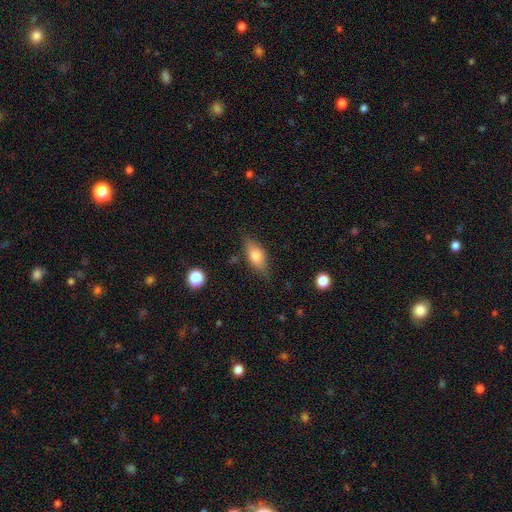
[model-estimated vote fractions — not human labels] This is likely a smooth galaxy (69%). How rounded: likely in between (80%). Merging: likely none (75%).